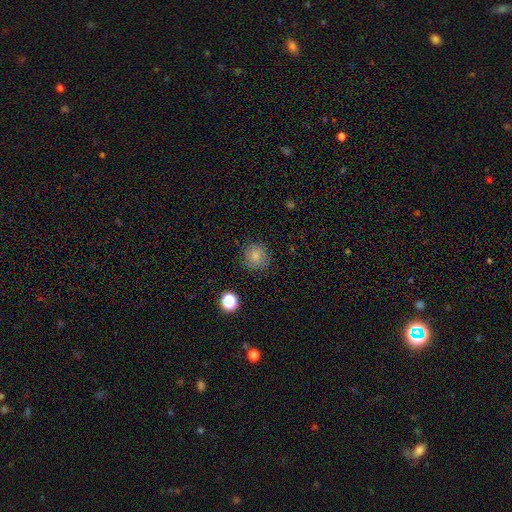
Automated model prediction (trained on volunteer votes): Smooth or featured? smooth (81%)
How rounded? round (91%)
Merging? none (84%)